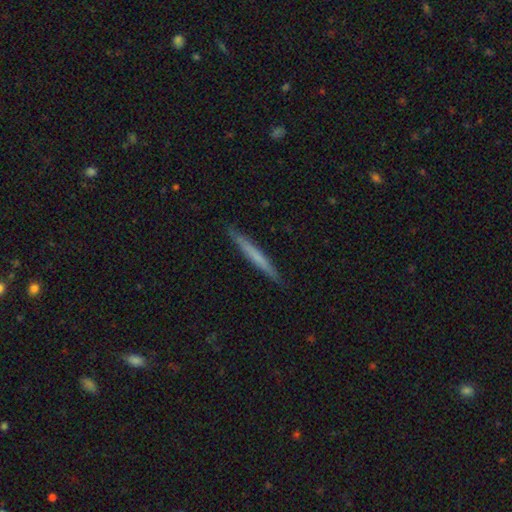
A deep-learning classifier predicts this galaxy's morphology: Overall: smooth (56%; featured or disk 38%). How rounded: cigar-shaped (97%). Merging: none (91%).